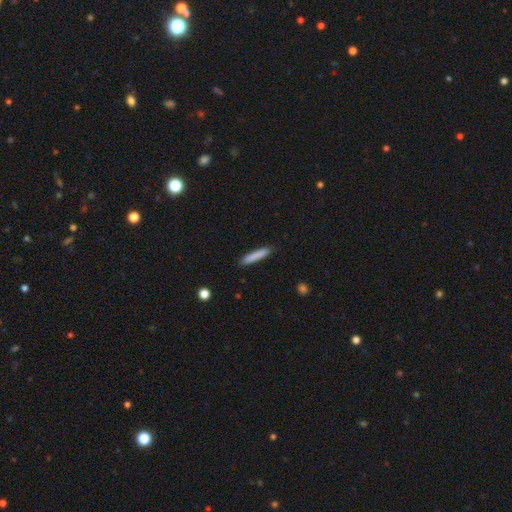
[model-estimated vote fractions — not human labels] smooth-or-featured: smooth: 84% | featured or disk: 10% | star or artifact: 6%
  how-rounded: cigar-shaped: 92% | in between: 7% | round: 1%
  merging: none: 88% | minor disturbance: 9% | major disturbance: 2% | merger: 1%